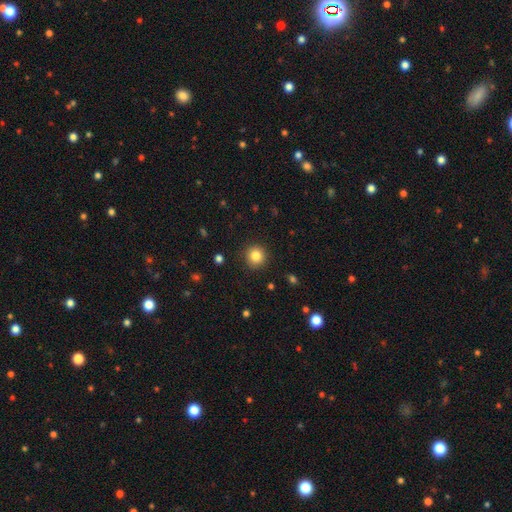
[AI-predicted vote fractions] The model was most divided on "smooth or featured": smooth: 83%, star or artifact: 11%, featured or disk: 6%. More confident: how rounded — round (94%); merging — none (91%).